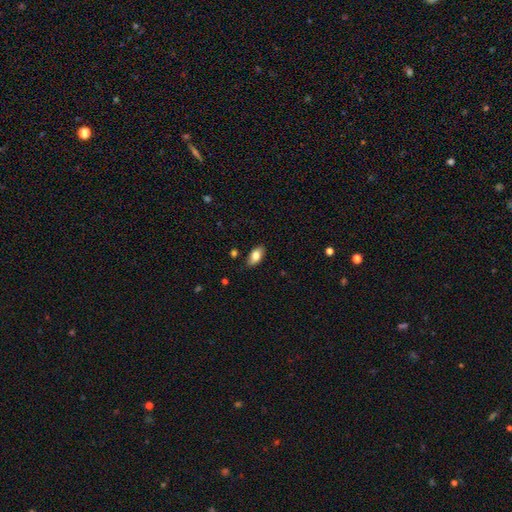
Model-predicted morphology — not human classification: This appears to be a smooth galaxy with no disk features (80%) that is in between round and cigar-shaped (92%). Merging: none (86%).